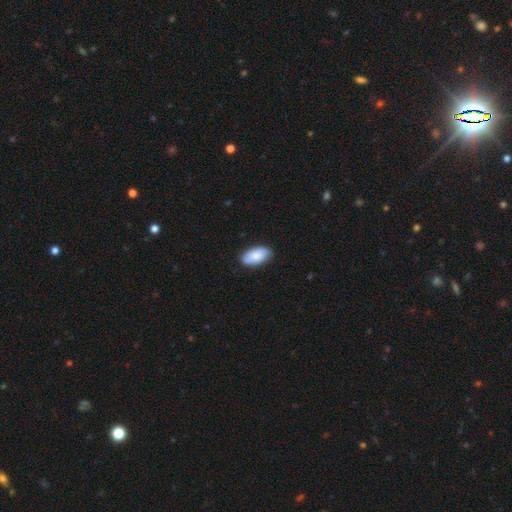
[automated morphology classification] type=smooth (80%); roundness=in between (94%); merging=none (82%).